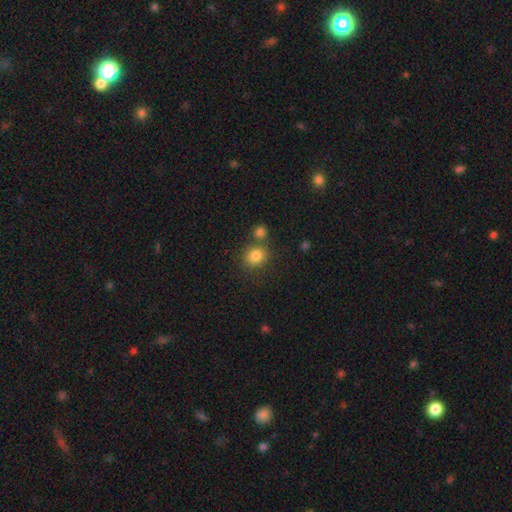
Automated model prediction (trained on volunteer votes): smooth 82%, star or artifact 12%, featured or disk 7%. Down the decision tree: how rounded — round (79%); merging — none (68%).